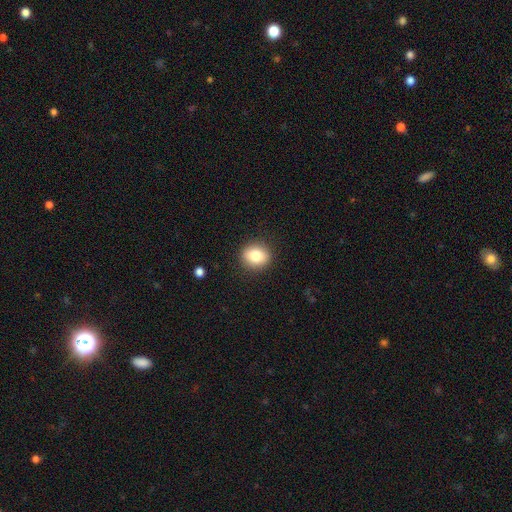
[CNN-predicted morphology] Overall: smooth (83%). How rounded: round (72%). Merging: none (90%).